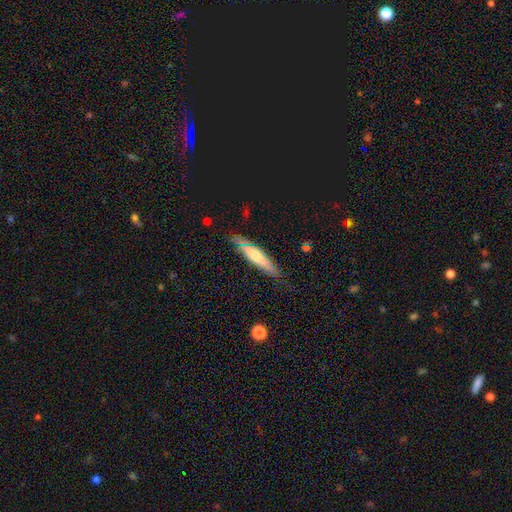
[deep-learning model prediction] Q: Smooth or featured?
A: smooth (58%); runner-up: featured or disk (35%)
Q: How rounded?
A: cigar-shaped (78%); runner-up: in between (20%)
Q: Merging?
A: none (80%); runner-up: minor disturbance (15%)